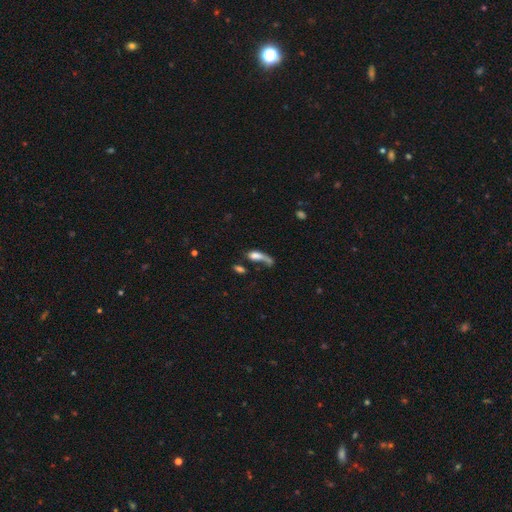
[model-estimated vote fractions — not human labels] smooth-or-featured: smooth: 62% | featured or disk: 24% | star or artifact: 14%
  how-rounded: in between: 59% | cigar-shaped: 30% | round: 11%
  merging: merger: 32% | major disturbance: 29% | none: 24% | minor disturbance: 14%